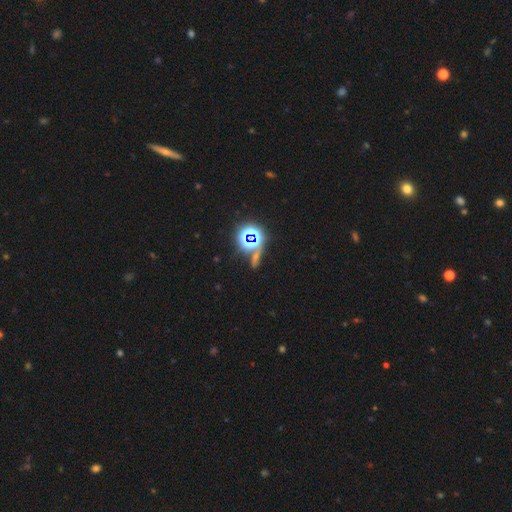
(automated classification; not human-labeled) Morphology: type=star or artifact (75%).